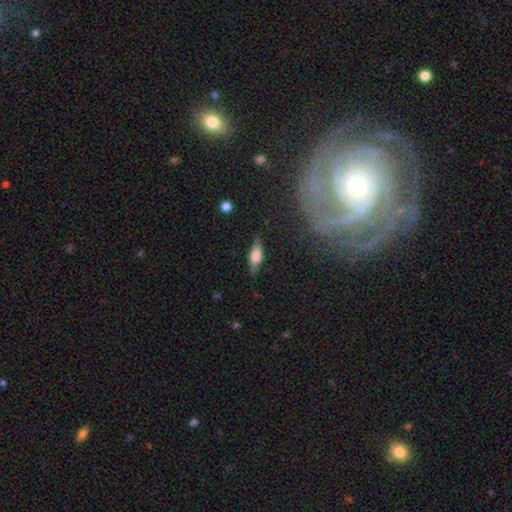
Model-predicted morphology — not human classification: A smooth galaxy with no disk features (55%) that is in between round and cigar-shaped (59%). Merging: none (77%).